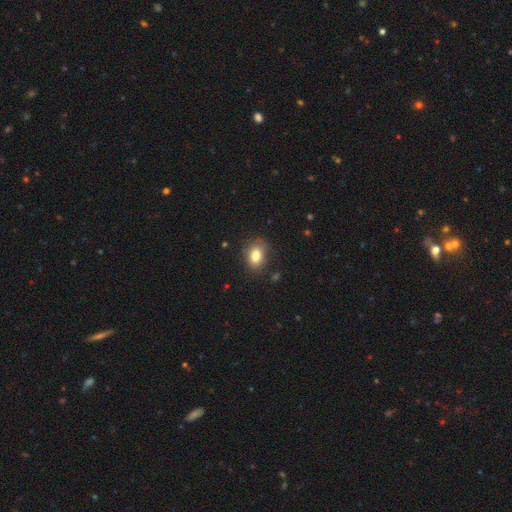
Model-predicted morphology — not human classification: A smooth galaxy with no disk features (81%) that is in between round and cigar-shaped (73%).

Vote fractions:
- Smooth or featured? smooth: 81% / featured or disk: 10% / star or artifact: 9%
- How rounded? in between: 73% / round: 26% / cigar-shaped: 1%
- Merging? none: 79% / minor disturbance: 16% / major disturbance: 4% / merger: 2%